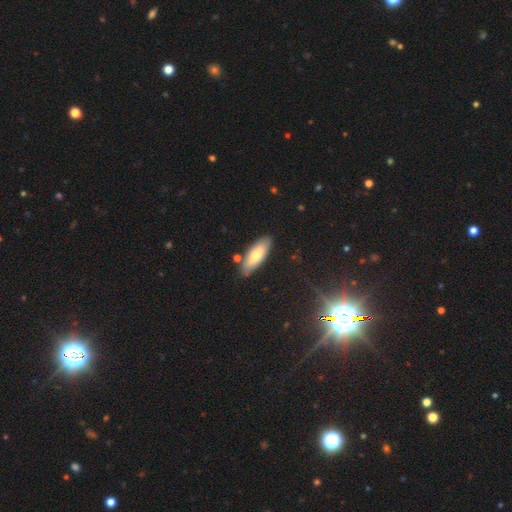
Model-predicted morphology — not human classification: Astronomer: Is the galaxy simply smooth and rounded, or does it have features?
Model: smooth — 69%.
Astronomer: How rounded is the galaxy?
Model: in between — 65%.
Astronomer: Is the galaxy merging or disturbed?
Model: none — 81%.